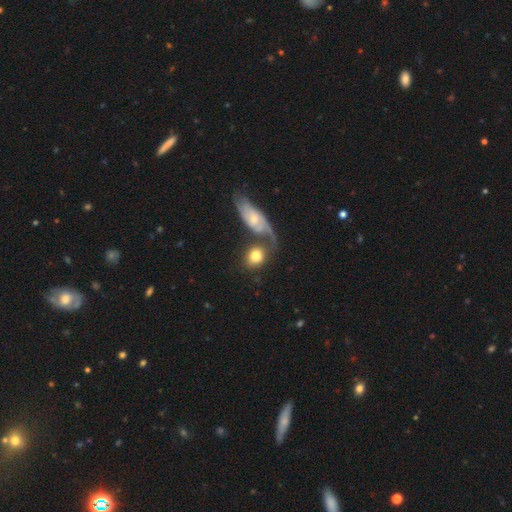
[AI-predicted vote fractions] Morphology: type=smooth (70%); roundness=round (60%); merging=none (39%).